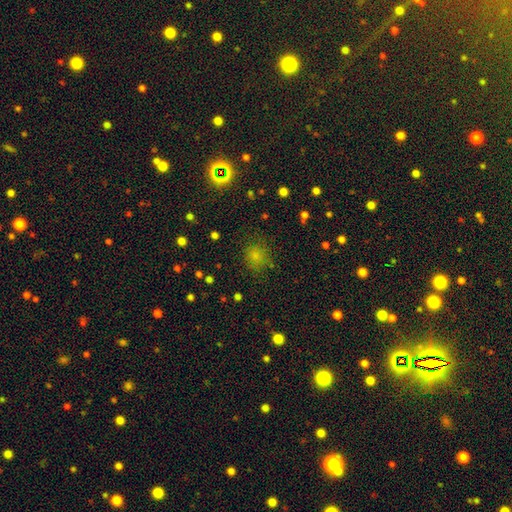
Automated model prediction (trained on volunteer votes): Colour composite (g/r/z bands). It shows a smooth galaxy with no disk features (56%) that is round (84%). Merging: none (83%).